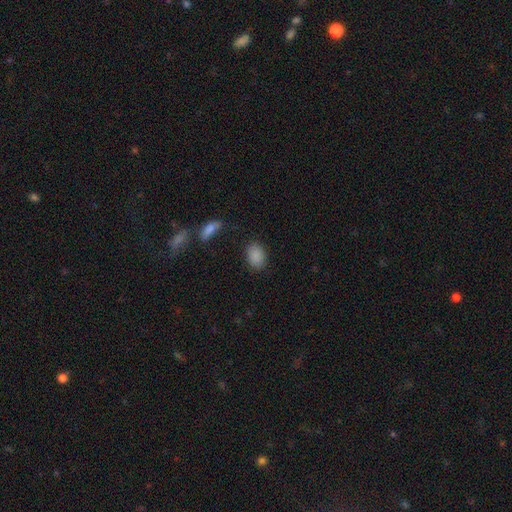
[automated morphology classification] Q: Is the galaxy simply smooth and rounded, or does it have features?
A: smooth — 88%.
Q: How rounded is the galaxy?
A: in between — 80%.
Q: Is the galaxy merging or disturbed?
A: none — 83%.